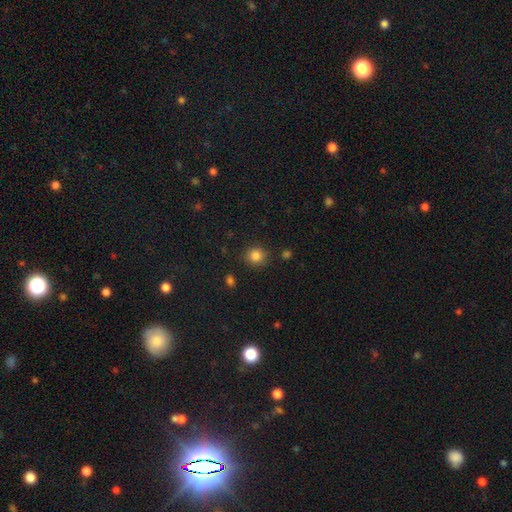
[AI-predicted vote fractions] Overall: smooth (84%). How rounded: round (89%). Merging: none (87%).